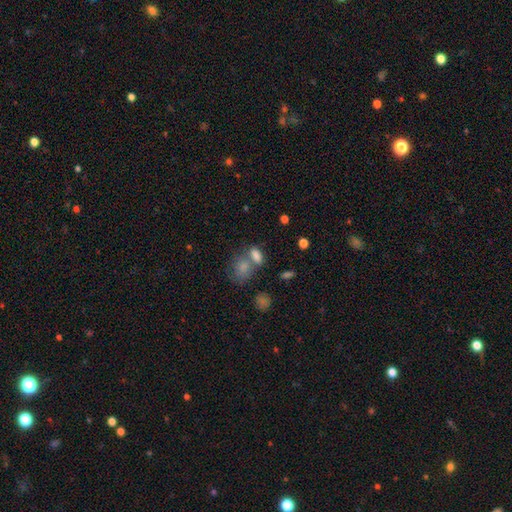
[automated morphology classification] Q: Smooth or featured?
A: smooth (79%); runner-up: star or artifact (12%)
Q: How rounded?
A: in between (77%); runner-up: round (18%)
Q: Merging?
A: none (42%); runner-up: merger (40%)